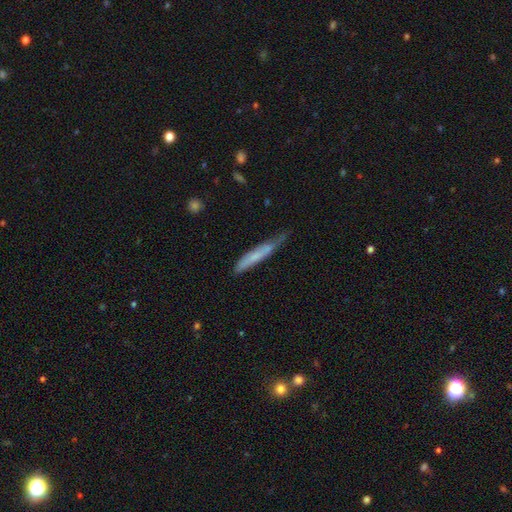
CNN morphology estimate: type=smooth (59%); roundness=cigar-shaped (93%); merging=none (50%).